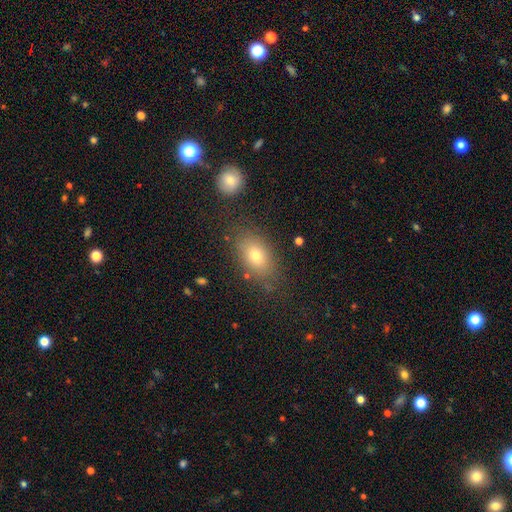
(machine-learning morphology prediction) smooth_or_featured: smooth (p=0.75) [alt: featured or disk p=0.14]
how_rounded: in between (p=0.84) [alt: round p=0.13]
merging: none (p=0.76) [alt: minor disturbance p=0.14]